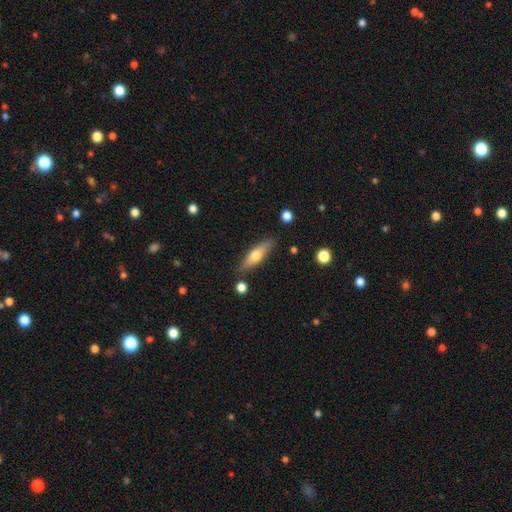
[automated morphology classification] Smooth or featured: smooth — 55% (featured or disk — 39%)
How rounded: cigar-shaped — 58% (in between — 39%)
Merging: none — 83% (minor disturbance — 11%)